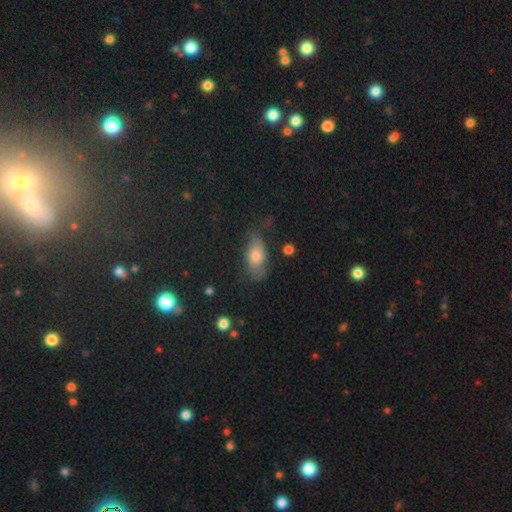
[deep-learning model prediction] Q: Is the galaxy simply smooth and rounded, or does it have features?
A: smooth — 61%.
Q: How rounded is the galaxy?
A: in between — 84%.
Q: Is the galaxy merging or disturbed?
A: none — 56%.